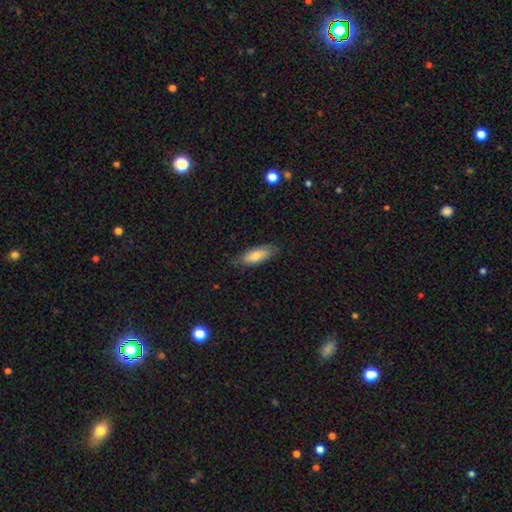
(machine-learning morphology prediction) Smooth or featured? Predicted: smooth (p=0.78). How rounded? Predicted: in between (p=0.68). Merging? Predicted: none (p=0.77).